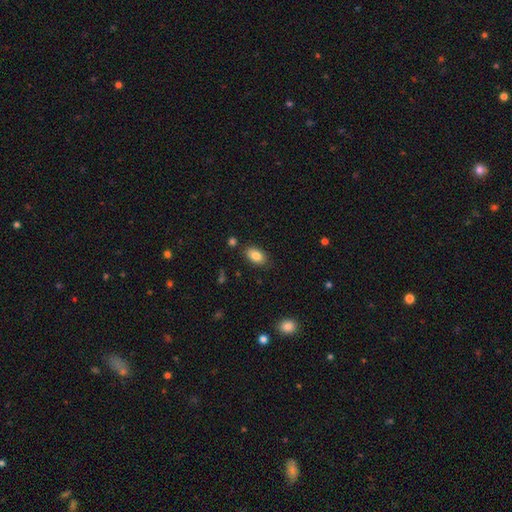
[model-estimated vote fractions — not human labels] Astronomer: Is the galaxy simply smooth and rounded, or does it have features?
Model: smooth — 84%.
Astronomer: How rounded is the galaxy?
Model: in between — 91%.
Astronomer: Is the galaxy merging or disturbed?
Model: none — 83%.